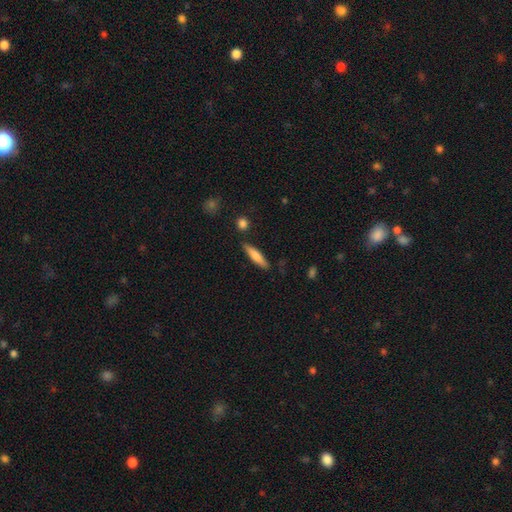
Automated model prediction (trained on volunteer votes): Smooth or featured?
  - smooth: 72% *
  - featured or disk: 22%
  - star or artifact: 6%
How rounded?
  - cigar-shaped: 82% *
  - in between: 16%
  - round: 2%
Merging?
  - none: 84% *
  - minor disturbance: 11%
  - merger: 3%
  - major disturbance: 2%